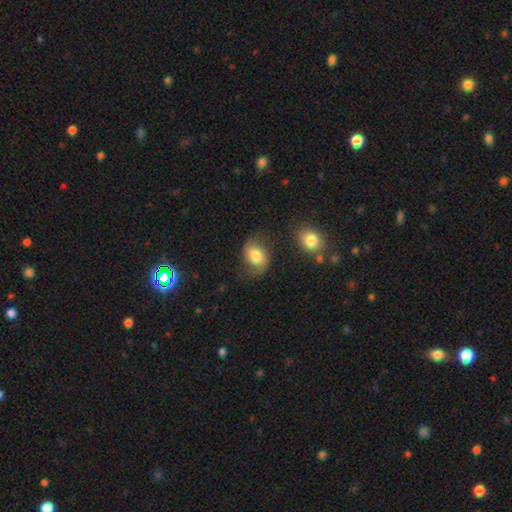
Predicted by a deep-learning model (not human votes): This appears to be a smooth galaxy with no disk features (59%) that is in between round and cigar-shaped (69%). Merging: none (58%).